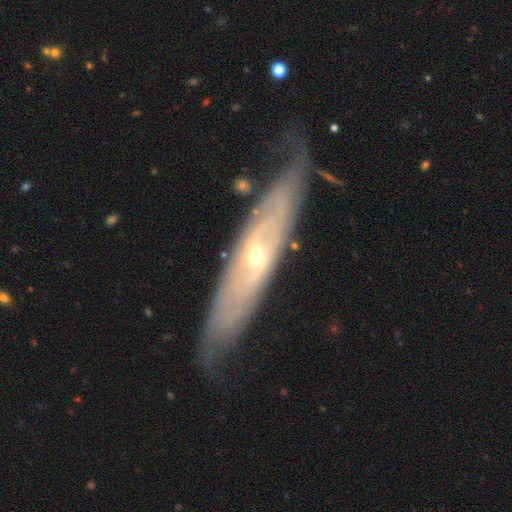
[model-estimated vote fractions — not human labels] This is clearly a featured or disk galaxy (81%). It is likely not viewed edge-on (61%). Merging: likely none (73%).